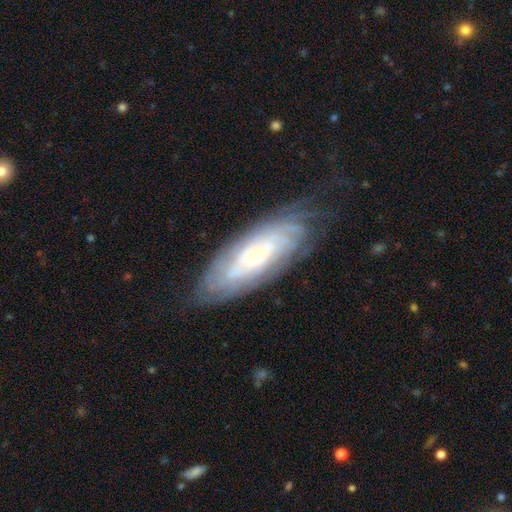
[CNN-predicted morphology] A featured or disk galaxy (79%) with no bar (76%), tight (80%) spiral arms (92%) and a small central bulge (73%). Merging: none (73%).